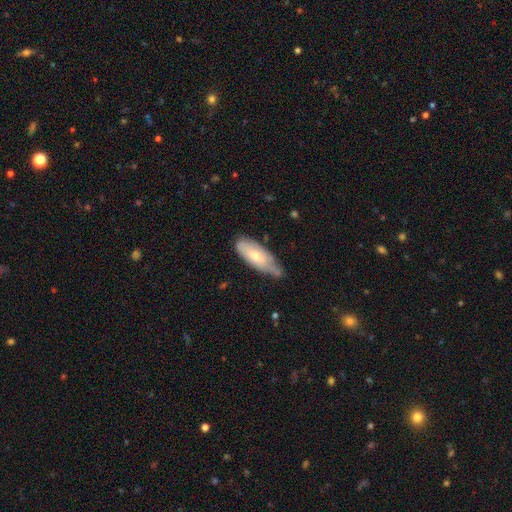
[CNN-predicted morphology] Smooth or featured? smooth (60%)
How rounded? in between (70%)
Merging? none (49%)